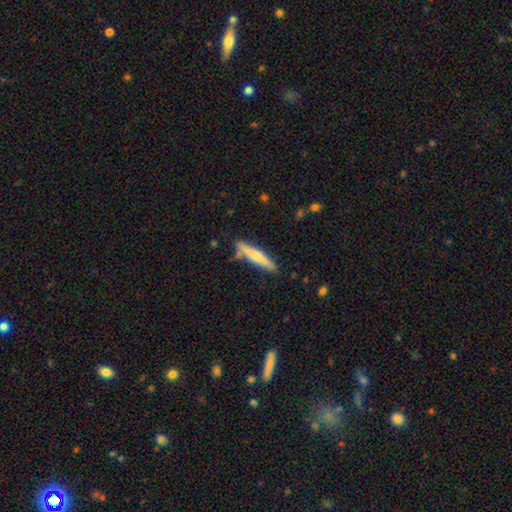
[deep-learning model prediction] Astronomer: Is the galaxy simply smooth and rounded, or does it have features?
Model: smooth — 55% (runner-up: featured or disk, 39%).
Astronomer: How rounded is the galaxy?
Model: cigar-shaped — 90%.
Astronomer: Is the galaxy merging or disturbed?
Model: none — 81%.